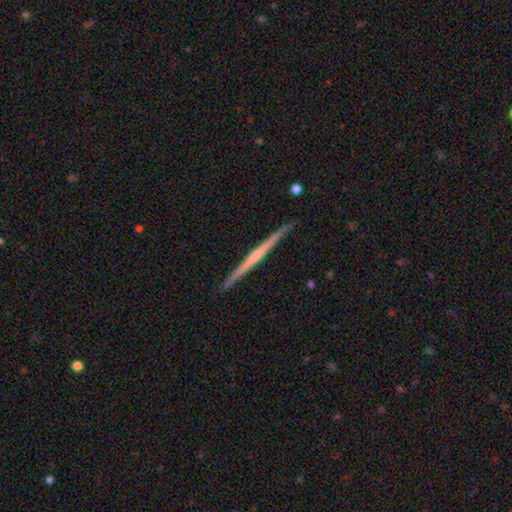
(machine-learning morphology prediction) This is likely a featured or disk galaxy (69%). It is clearly viewed edge-on (98%). Edge-on bulge: likely none (71%). Merging: clearly none (92%).